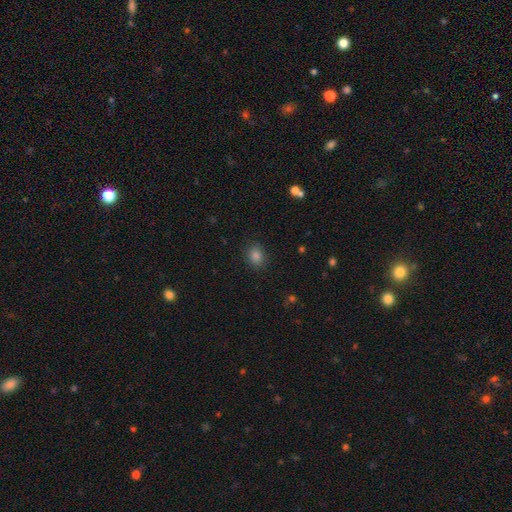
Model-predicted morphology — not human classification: Smooth or featured: smooth — 83% (star or artifact — 12%)
How rounded: round — 53% (in between — 46%)
Merging: none — 88% (minor disturbance — 9%)